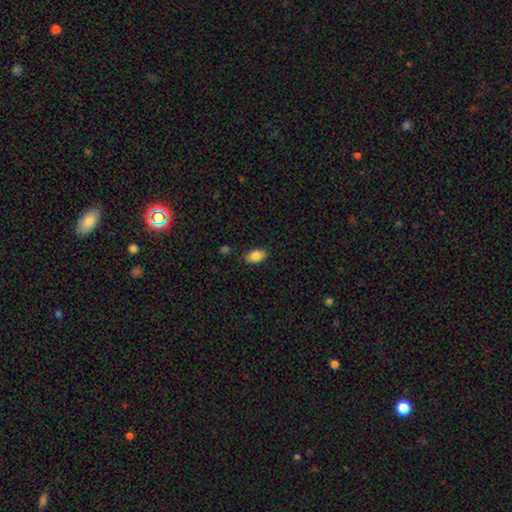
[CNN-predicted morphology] smooth_or_featured: smooth (p=0.84) [alt: featured or disk p=0.09]
how_rounded: in between (p=0.92) [alt: round p=0.06]
merging: none (p=0.83) [alt: minor disturbance p=0.13]